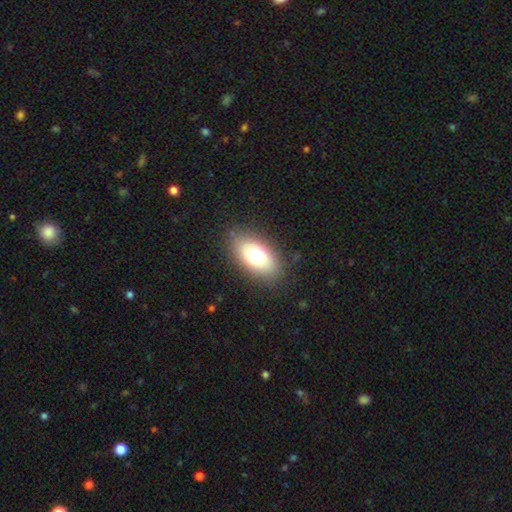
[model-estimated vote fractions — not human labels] Overall: smooth (71%). How rounded: in between (88%). Merging: none (83%).